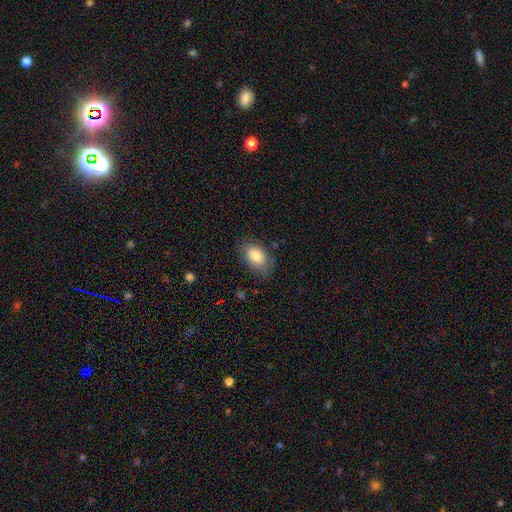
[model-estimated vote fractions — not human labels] This appears to be a smooth galaxy with no disk features (83%) that is in between round and cigar-shaped (89%). Merging: none (76%).